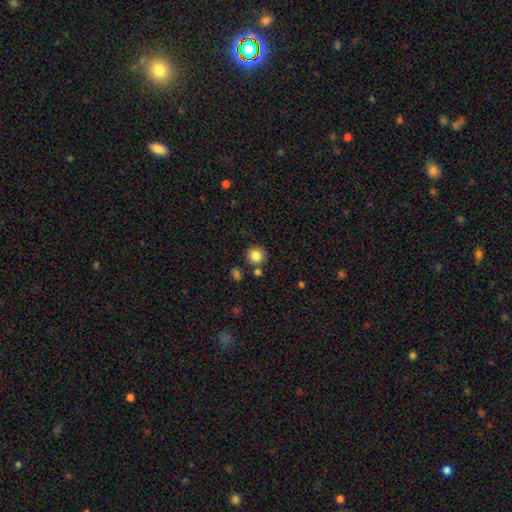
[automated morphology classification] smooth-or-featured: smooth: 84% | star or artifact: 10% | featured or disk: 6%
  how-rounded: round: 93% | in between: 6% | cigar-shaped: 1%
  merging: none: 82% | minor disturbance: 8% | merger: 8% | major disturbance: 2%